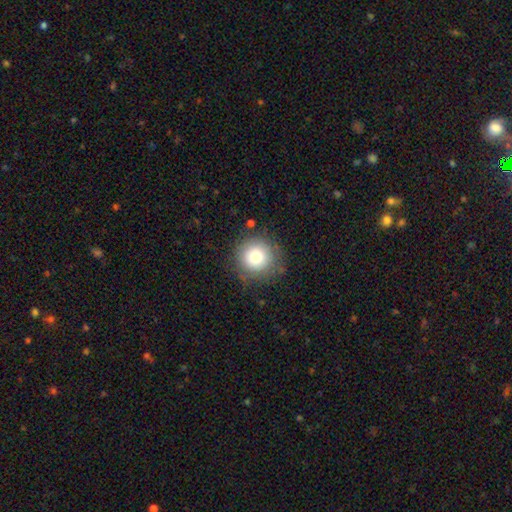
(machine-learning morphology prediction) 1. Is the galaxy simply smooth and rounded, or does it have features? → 77% smooth, 13% featured or disk, 11% star or artifact.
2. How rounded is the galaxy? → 95% round, 4% in between, 1% cigar-shaped.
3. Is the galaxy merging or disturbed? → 83% none, 11% minor disturbance, 4% major disturbance, 2% merger.